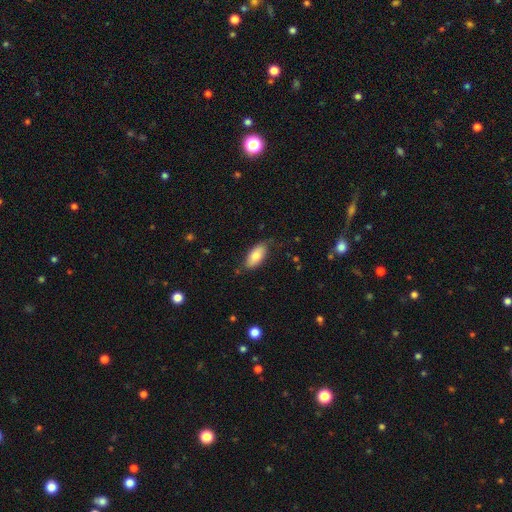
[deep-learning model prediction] A smooth galaxy with no disk features (79%) that is in between round and cigar-shaped (90%).

Vote fractions:
- Smooth or featured? smooth: 79% / featured or disk: 15% / star or artifact: 6%
- How rounded? in between: 90% / cigar-shaped: 8% / round: 2%
- Merging? none: 71% / minor disturbance: 23% / major disturbance: 5% / merger: 2%